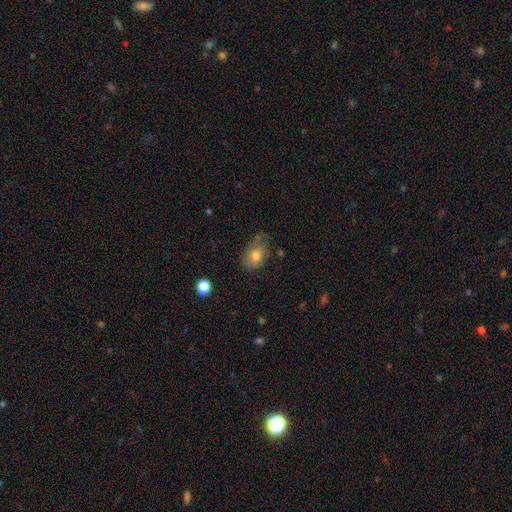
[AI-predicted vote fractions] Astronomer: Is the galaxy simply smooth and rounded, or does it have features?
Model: smooth — 75%.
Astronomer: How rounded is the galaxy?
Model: in between — 80%.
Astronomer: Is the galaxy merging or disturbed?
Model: none — 54% (runner-up: minor disturbance, 33%).